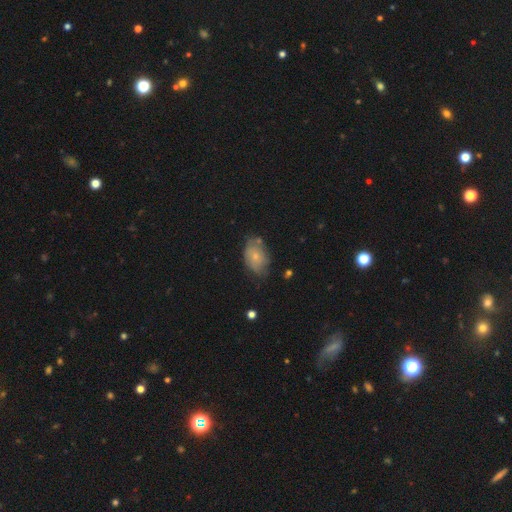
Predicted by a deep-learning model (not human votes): Overall: smooth (62%; featured or disk 30%). How rounded: in between (84%). Merging: none (57%; minor disturbance 30%).